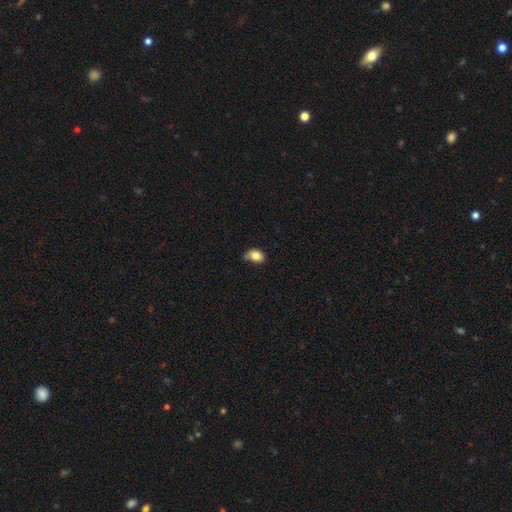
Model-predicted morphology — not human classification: Smooth or featured?
  - smooth: 82% *
  - star or artifact: 9%
  - featured or disk: 9%
How rounded?
  - in between: 71% *
  - round: 28%
  - cigar-shaped: 1%
Merging?
  - none: 50% *
  - minor disturbance: 38%
  - major disturbance: 9%
  - merger: 3%